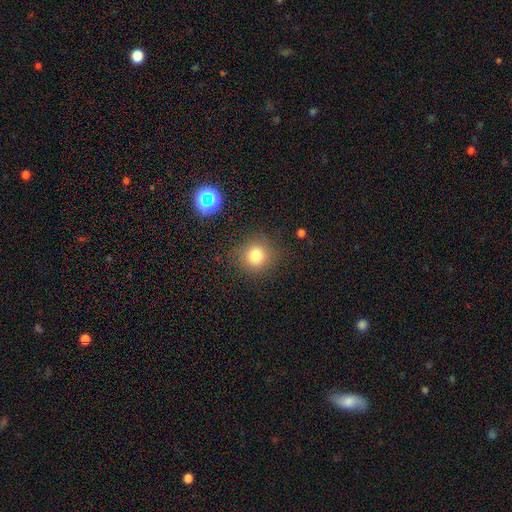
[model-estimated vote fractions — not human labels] smooth-or-featured: smooth: 79% | star or artifact: 14% | featured or disk: 7%
  how-rounded: round: 88% | in between: 11% | cigar-shaped: 1%
  merging: none: 84% | minor disturbance: 10% | major disturbance: 4% | merger: 2%